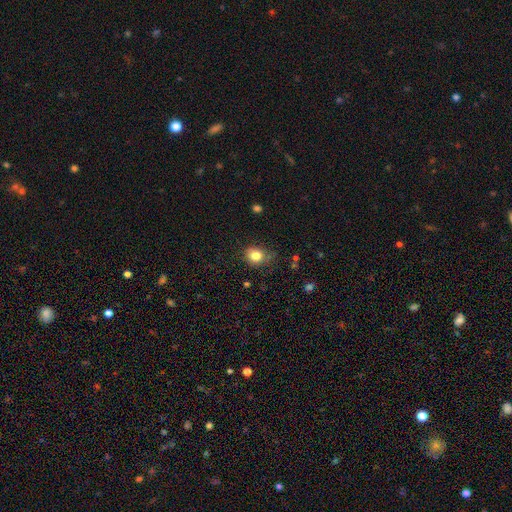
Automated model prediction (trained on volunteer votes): Overall: smooth (82%). How rounded: round (66%; in between 33%). Merging: none (73%).